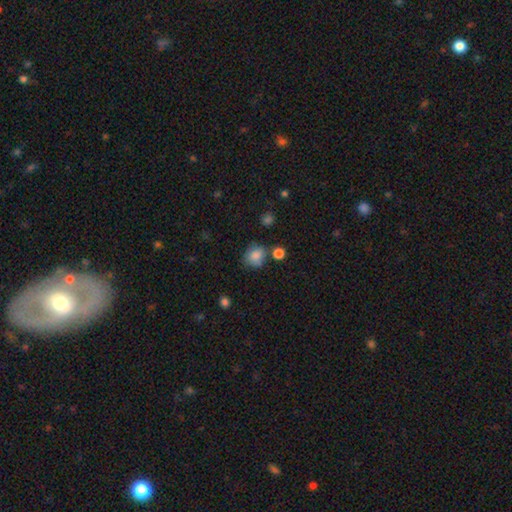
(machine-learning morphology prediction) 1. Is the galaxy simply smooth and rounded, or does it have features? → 83% smooth, 10% star or artifact, 7% featured or disk.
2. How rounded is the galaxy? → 67% round, 32% in between, 1% cigar-shaped.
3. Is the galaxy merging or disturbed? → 64% none, 20% minor disturbance, 9% merger, 6% major disturbance.